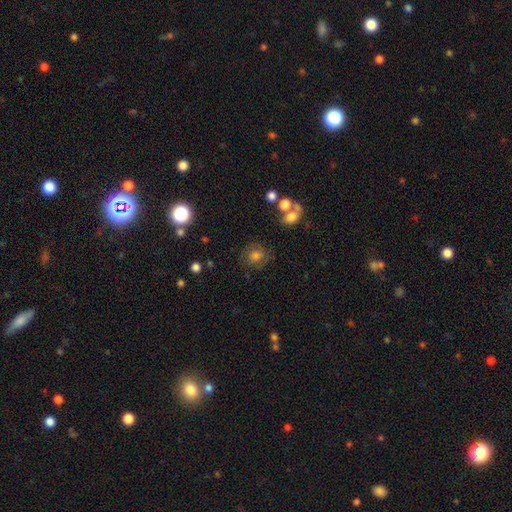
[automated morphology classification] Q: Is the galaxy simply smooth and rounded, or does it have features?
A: smooth — 58%.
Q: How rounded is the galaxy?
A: round — 76%.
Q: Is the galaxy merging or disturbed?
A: none — 70%.